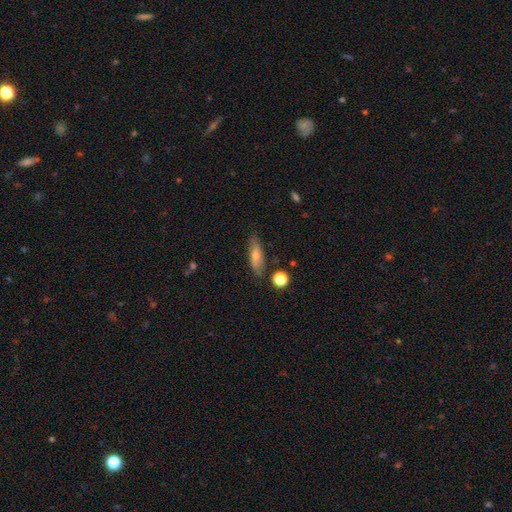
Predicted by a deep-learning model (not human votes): Smooth or featured?
  - smooth: 54% *
  - featured or disk: 37%
  - star or artifact: 9%
How rounded?
  - cigar-shaped: 57% *
  - in between: 39%
  - round: 4%
Merging?
  - none: 82% *
  - minor disturbance: 12%
  - merger: 3%
  - major disturbance: 3%